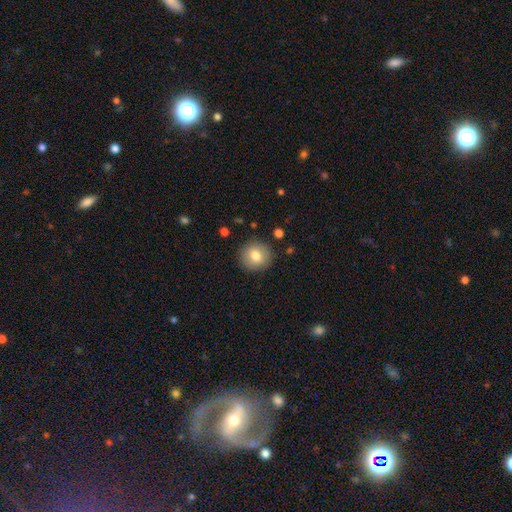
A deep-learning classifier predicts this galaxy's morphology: type=smooth (78%); roundness=round (89%); merging=none (89%).